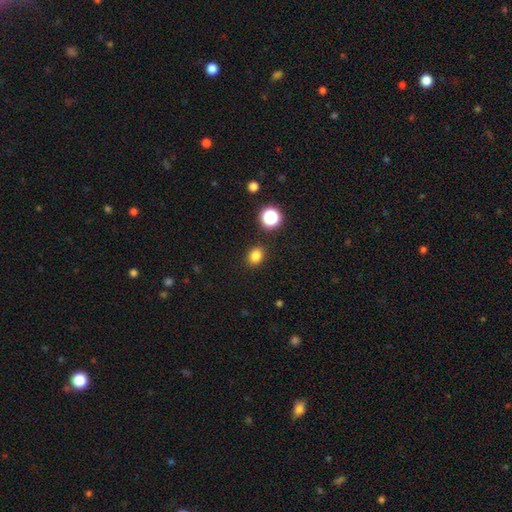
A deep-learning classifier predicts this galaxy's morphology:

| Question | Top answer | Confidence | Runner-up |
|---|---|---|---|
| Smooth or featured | smooth | 82% | star or artifact (14%) |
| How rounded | round | 53% | in between (46%) |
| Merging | none | 88% | minor disturbance (7%) |